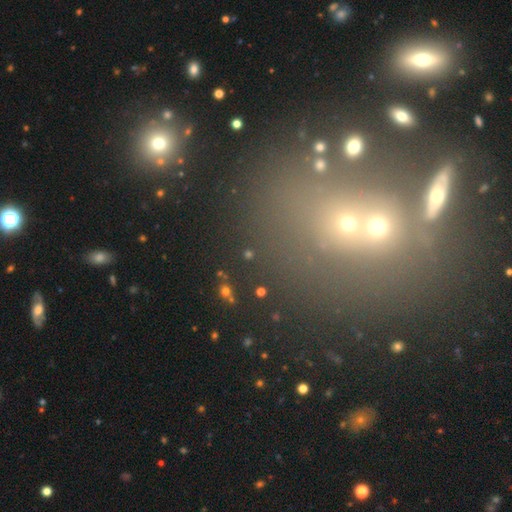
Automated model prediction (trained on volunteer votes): Overall: star or artifact (49%; smooth 35%).